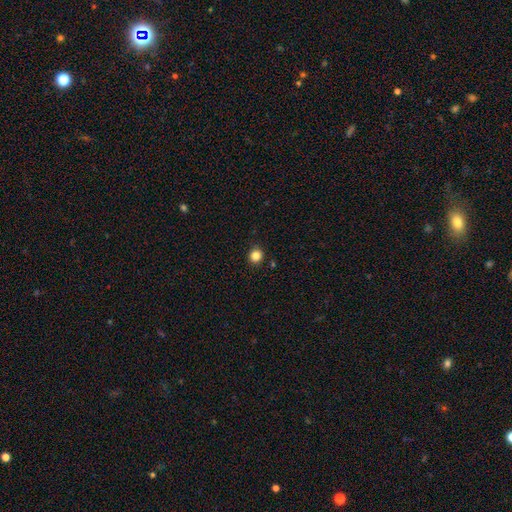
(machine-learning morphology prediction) A smooth galaxy with no disk features (84%) that is round (89%).

Vote fractions:
- Smooth or featured? smooth: 84% / star or artifact: 12% / featured or disk: 4%
- How rounded? round: 89% / in between: 10% / cigar-shaped: 1%
- Merging? none: 90% / minor disturbance: 7% / major disturbance: 2% / merger: 1%